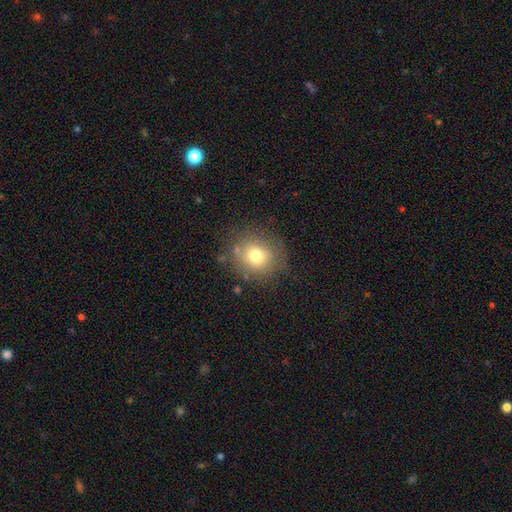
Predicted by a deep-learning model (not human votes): Smooth or featured?
  - smooth: 73% *
  - featured or disk: 14%
  - star or artifact: 13%
How rounded?
  - round: 85% *
  - in between: 14%
  - cigar-shaped: 1%
Merging?
  - none: 79% *
  - minor disturbance: 13%
  - major disturbance: 5%
  - merger: 3%